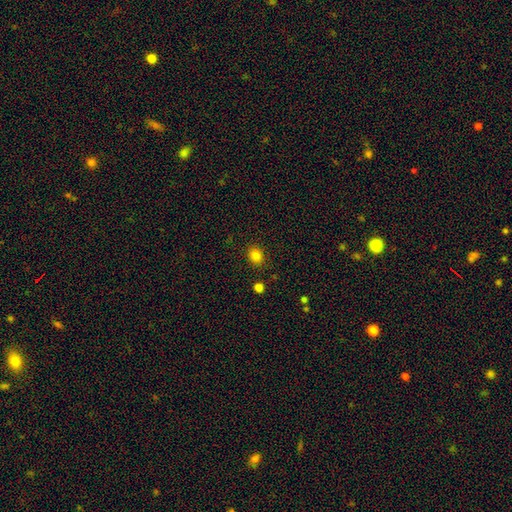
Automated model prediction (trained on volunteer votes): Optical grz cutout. It shows a smooth galaxy with no disk features (83%) that is round (64%). Merging: none (88%).